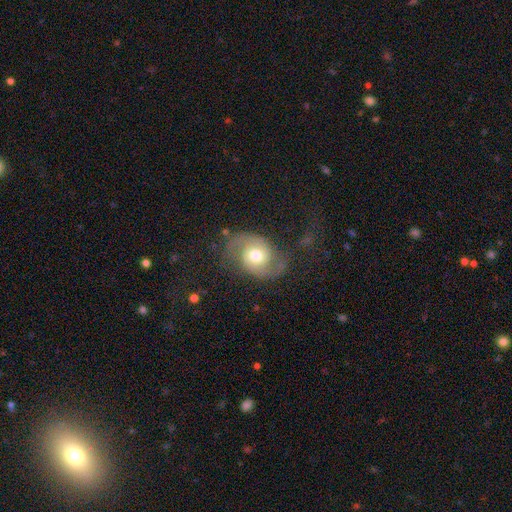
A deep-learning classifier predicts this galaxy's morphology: A featured or disk galaxy (77%) with no bar (65%), 2 (91%) medium (50%) spiral arms (92%) and a moderate central bulge (68%).

Vote fractions:
- Smooth or featured? featured or disk: 77% / smooth: 16% / star or artifact: 7%
- Edge-on disk? no: 97% / yes: 3%
- Bar? no: 65% / weak: 28% / strong: 6%
- Spiral arms? yes: 92% / no: 8%
- Spiral winding? medium: 50% / loose: 32% / tight: 18%
- Spiral arm count? 2: 91% / can't tell: 4% / 1: 2% / 3: 1% / 4: 1% / more than 4: 1%
- Bulge size? moderate: 68% / large: 15% / small: 14% / dominant: 2% / none: 1%
- Merging? none: 66% / minor disturbance: 19% / major disturbance: 13% / merger: 2%